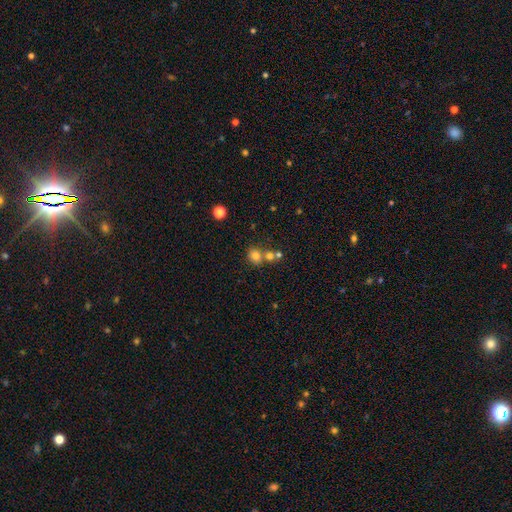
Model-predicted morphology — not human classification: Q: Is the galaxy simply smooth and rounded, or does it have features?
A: smooth — 76%.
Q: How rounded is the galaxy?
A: round — 78%.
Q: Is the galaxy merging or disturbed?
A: none — 55%.